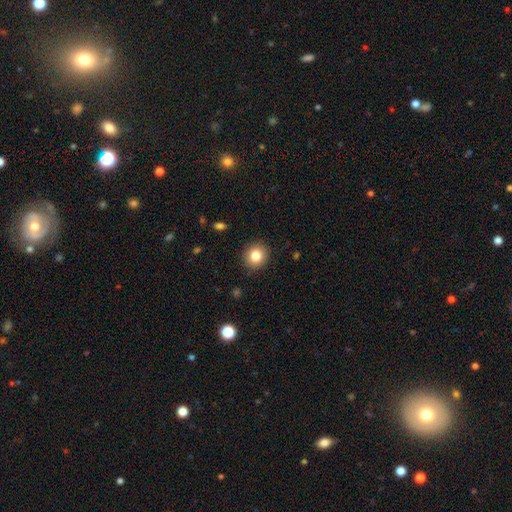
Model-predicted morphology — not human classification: The model was most divided on "how rounded": round: 86%, in between: 13%, cigar-shaped: 1%. More confident: merging — none (90%); smooth or featured — smooth (83%).